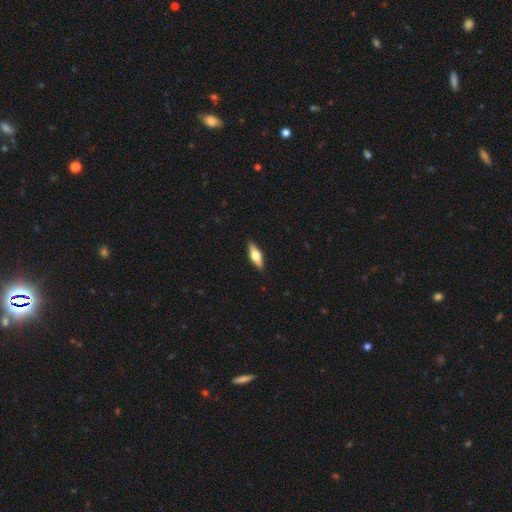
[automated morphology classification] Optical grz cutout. It shows a featured or disk galaxy (50%) viewed edge-on (93%). Merging: none (90%).